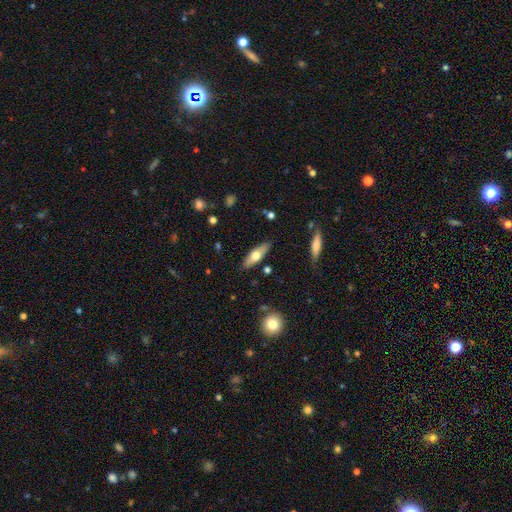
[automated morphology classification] smooth-or-featured: smooth: 58% | featured or disk: 36% | star or artifact: 6%
  how-rounded: in between: 50% | cigar-shaped: 48% | round: 2%
  merging: none: 86% | minor disturbance: 10% | major disturbance: 2% | merger: 2%